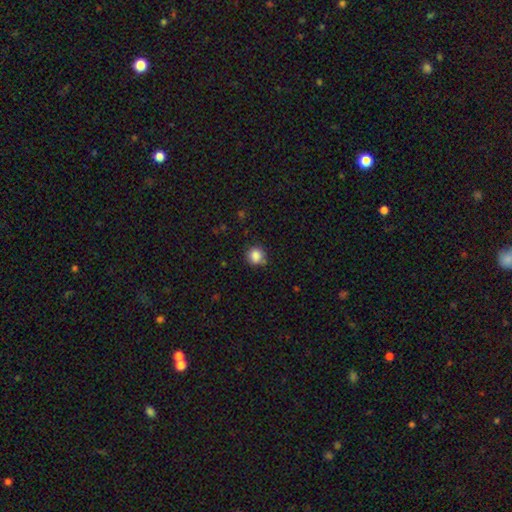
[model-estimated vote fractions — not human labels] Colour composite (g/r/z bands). It shows a smooth galaxy with no disk features (86%) that is round (88%). Merging: none (72%).